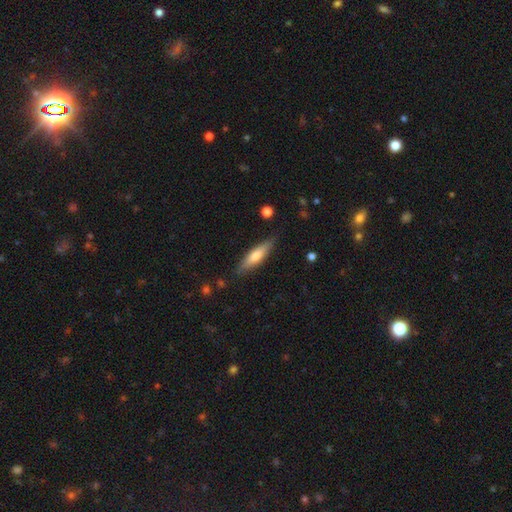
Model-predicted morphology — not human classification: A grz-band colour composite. It shows a smooth galaxy with no disk features (58%) that is cigar-shaped (71%). Merging: none (83%).